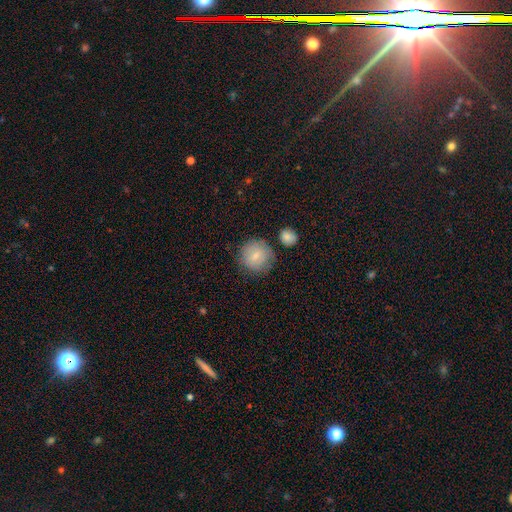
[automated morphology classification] Smooth or featured? Predicted: smooth (p=0.79). How rounded? Predicted: round (p=0.91). Merging? Predicted: none (p=0.76).